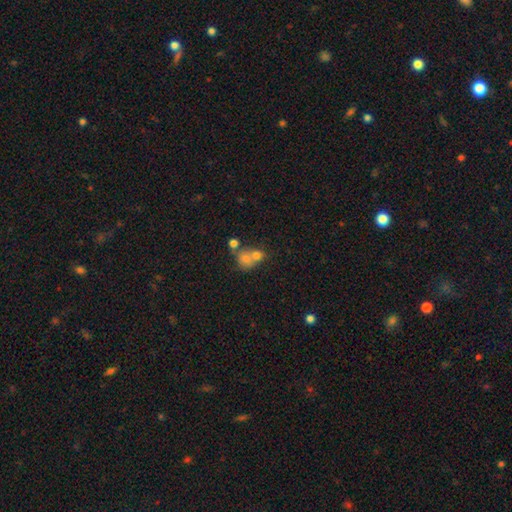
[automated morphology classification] Smooth or featured?
  - smooth: 69% *
  - featured or disk: 18%
  - star or artifact: 13%
How rounded?
  - round: 69% *
  - in between: 30%
  - cigar-shaped: 1%
Merging?
  - merger: 59% *
  - none: 29%
  - minor disturbance: 8%
  - major disturbance: 5%